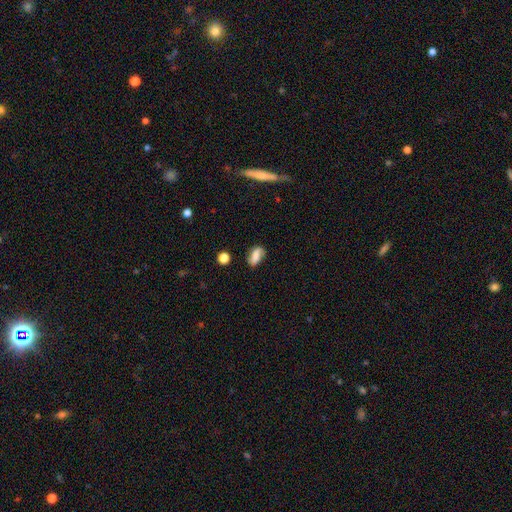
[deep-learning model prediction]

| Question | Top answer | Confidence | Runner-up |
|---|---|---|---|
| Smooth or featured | smooth | 63% | featured or disk (26%) |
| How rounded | in between | 82% | round (10%) |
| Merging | none | 67% | minor disturbance (23%) |